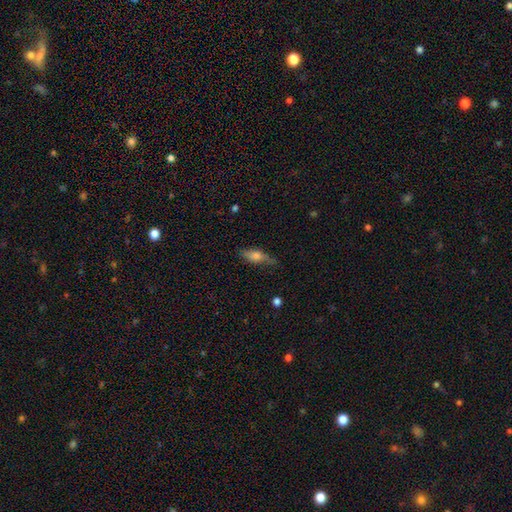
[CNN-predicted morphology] smooth_or_featured: smooth (p=0.56) [alt: featured or disk p=0.36]
how_rounded: in between (p=0.55) [alt: cigar-shaped p=0.41]
merging: none (p=0.69) [alt: minor disturbance p=0.24]